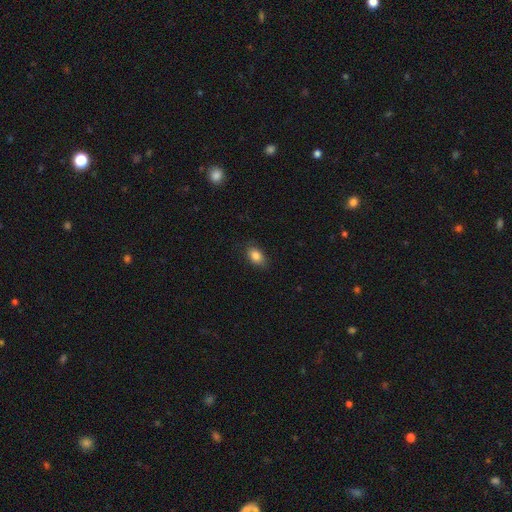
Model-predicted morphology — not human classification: Smooth or featured? Predicted: smooth (p=0.84). How rounded? Predicted: in between (p=0.83). Merging? Predicted: none (p=0.83).